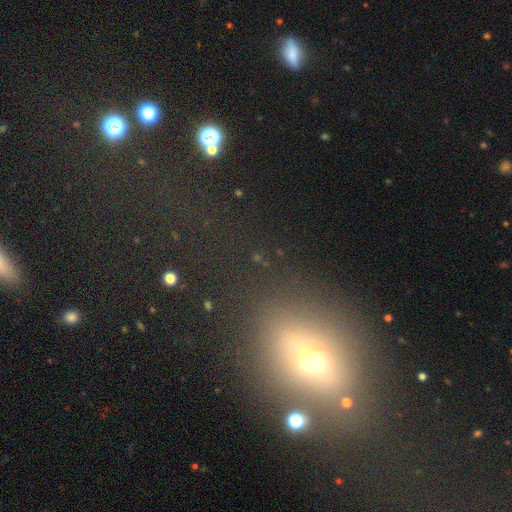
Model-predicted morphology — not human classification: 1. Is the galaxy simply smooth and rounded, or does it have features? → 49% smooth, 31% star or artifact, 20% featured or disk.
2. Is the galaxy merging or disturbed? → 66% none, 14% minor disturbance, 12% major disturbance, 7% merger.